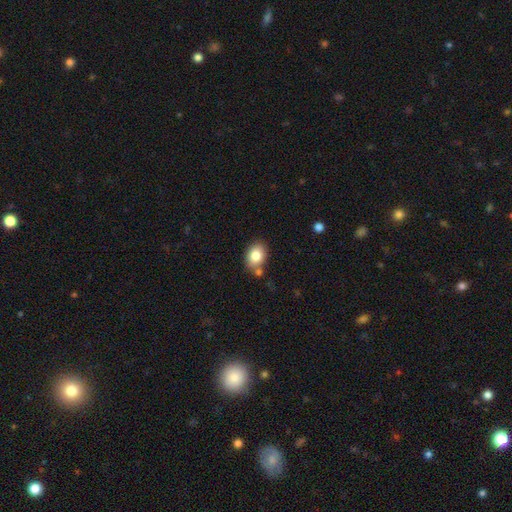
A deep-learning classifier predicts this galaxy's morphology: type=smooth (82%); roundness=in between (71%); merging=none (70%).